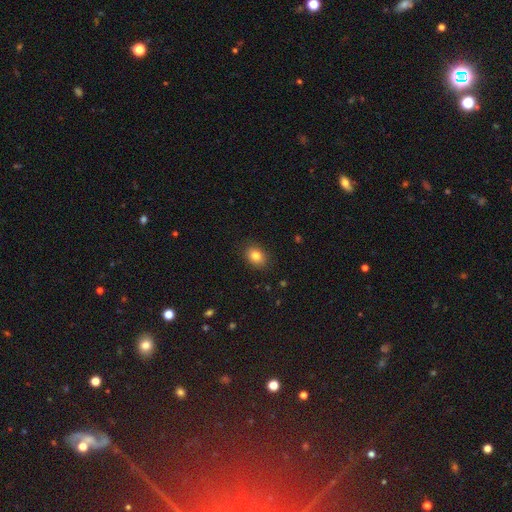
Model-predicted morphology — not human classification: Smooth or featured: smooth — 83% (star or artifact — 10%)
How rounded: in between — 64% (round — 35%)
Merging: none — 88% (minor disturbance — 9%)